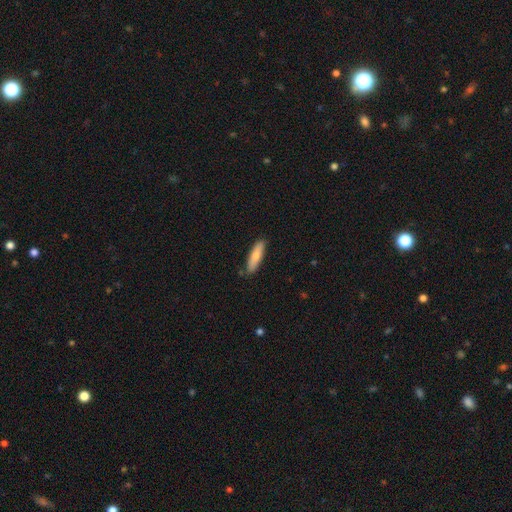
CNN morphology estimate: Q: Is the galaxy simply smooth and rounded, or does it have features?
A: smooth — 77%.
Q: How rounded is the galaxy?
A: cigar-shaped — 70%.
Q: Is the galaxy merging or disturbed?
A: none — 86%.